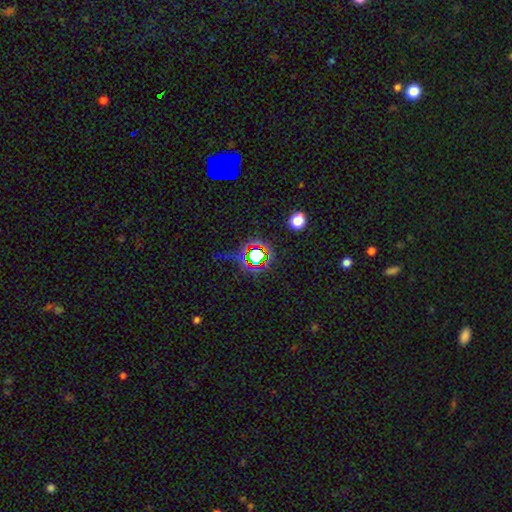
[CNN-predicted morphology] smooth_or_featured: star or artifact (p=0.69) [alt: smooth p=0.19]